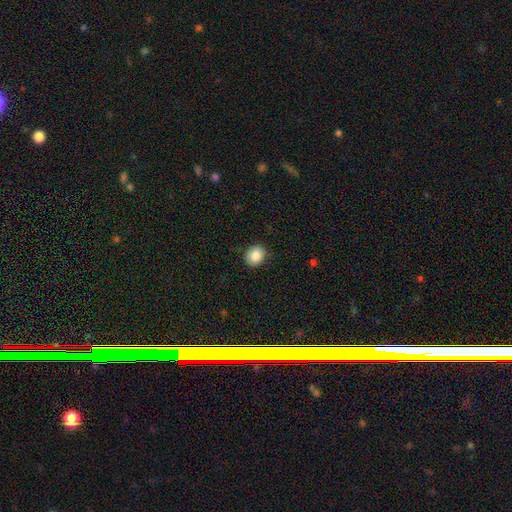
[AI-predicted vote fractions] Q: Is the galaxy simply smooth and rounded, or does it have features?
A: smooth — 84%.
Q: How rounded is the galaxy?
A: round — 63%.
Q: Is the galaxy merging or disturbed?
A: none — 87%.